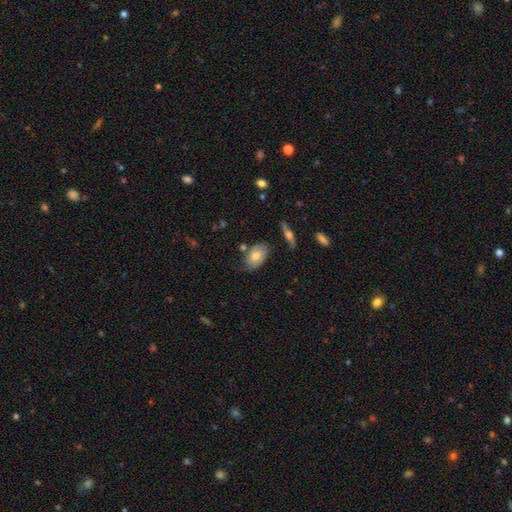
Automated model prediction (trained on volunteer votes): This appears to be a smooth galaxy with no disk features (55%) that is in between round and cigar-shaped (88%). Merging: none (55%).